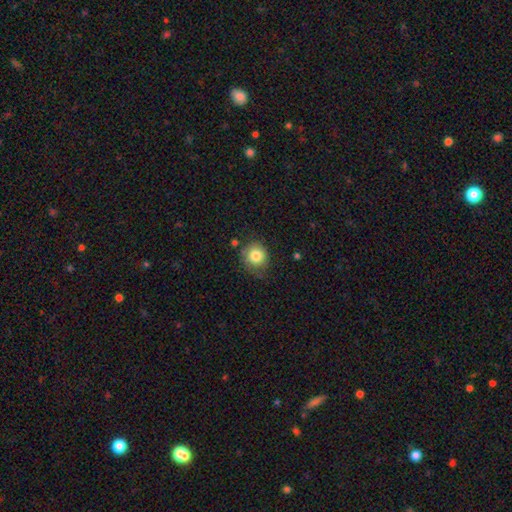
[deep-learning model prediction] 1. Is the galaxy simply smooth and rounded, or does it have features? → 83% smooth, 9% star or artifact, 8% featured or disk.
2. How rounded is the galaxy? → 87% round, 13% in between, 1% cigar-shaped.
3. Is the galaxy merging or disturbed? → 68% none, 22% minor disturbance, 6% major disturbance, 3% merger.